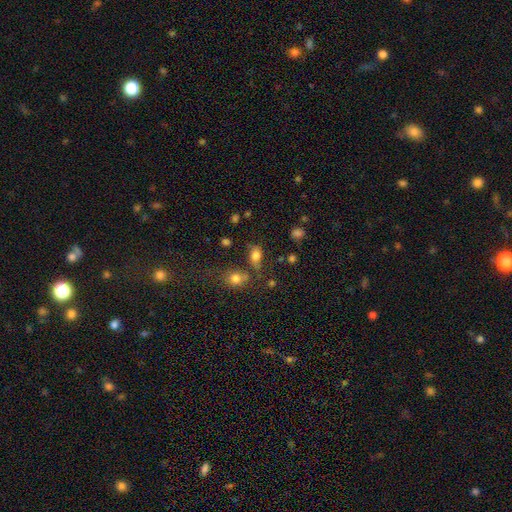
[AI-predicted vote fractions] smooth-or-featured: smooth: 78% | star or artifact: 12% | featured or disk: 10%
  how-rounded: in between: 80% | round: 17% | cigar-shaped: 3%
  merging: none: 57% | minor disturbance: 20% | merger: 14% | major disturbance: 9%